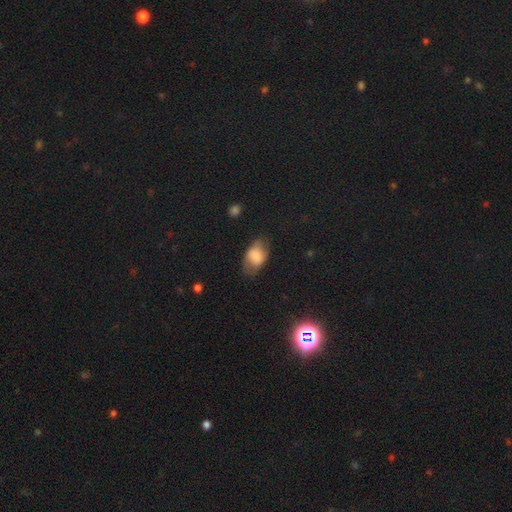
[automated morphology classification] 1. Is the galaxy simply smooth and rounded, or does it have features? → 71% smooth, 21% featured or disk, 8% star or artifact.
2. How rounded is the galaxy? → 88% in between, 10% round, 2% cigar-shaped.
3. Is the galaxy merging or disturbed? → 64% none, 24% minor disturbance, 10% major disturbance, 2% merger.